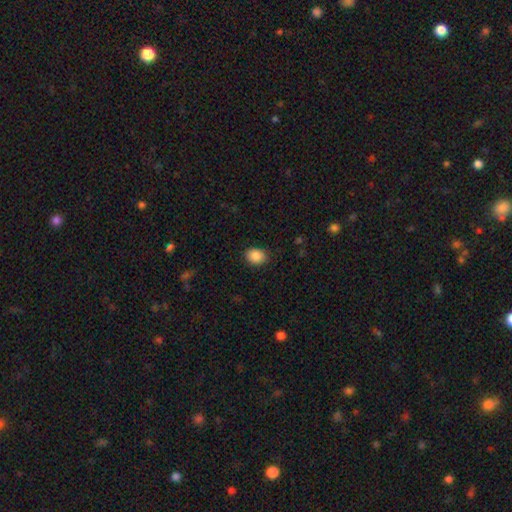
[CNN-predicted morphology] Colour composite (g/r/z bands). It shows a smooth galaxy with no disk features (88%) that is in between round and cigar-shaped (54%). Merging: none (86%).